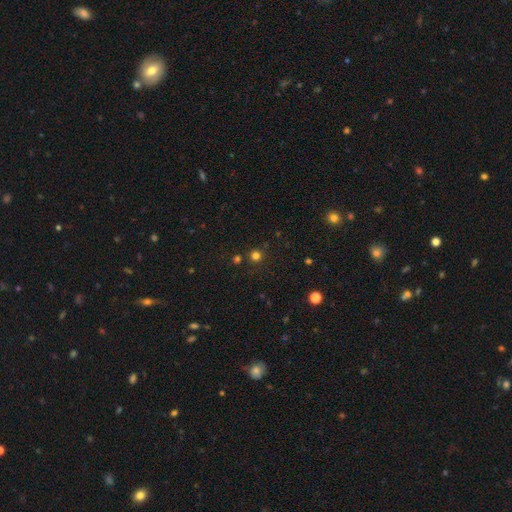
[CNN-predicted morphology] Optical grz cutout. It shows a smooth galaxy with no disk features (74%) that is round (94%). Merging: none (86%).